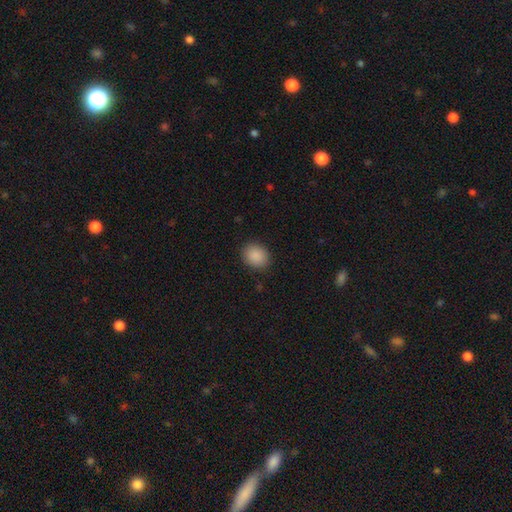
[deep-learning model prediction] This appears to be a smooth galaxy with no disk features (89%) that is round (61%). Merging: none (88%).